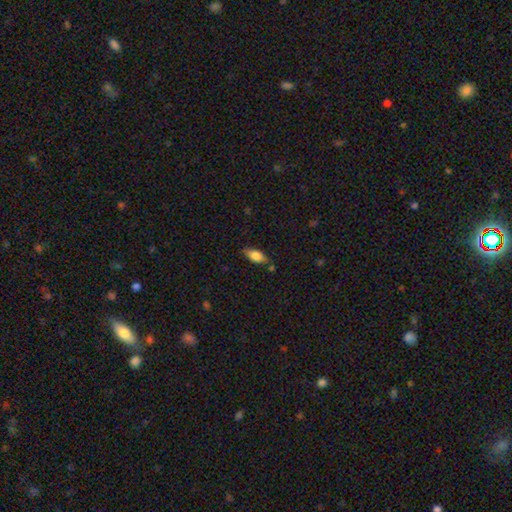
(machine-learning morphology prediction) Overall: smooth (75%). How rounded: in between (82%). Merging: none (73%).